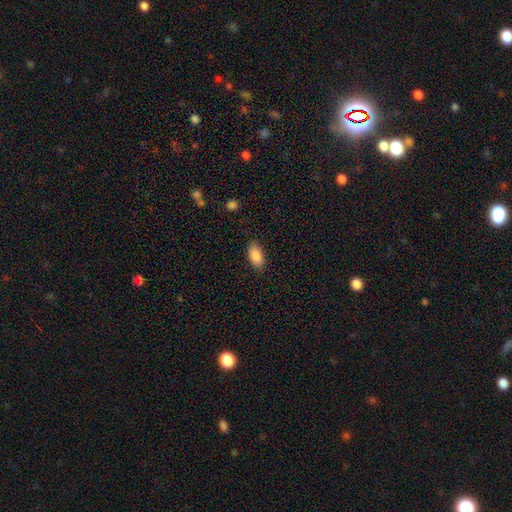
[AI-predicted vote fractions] Morphology: type=smooth (89%); roundness=in between (93%); merging=none (86%).